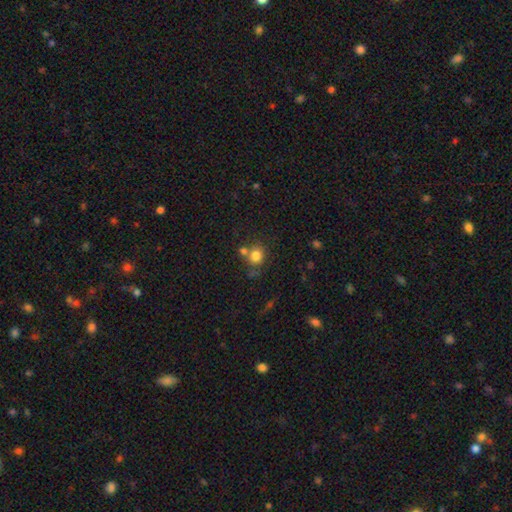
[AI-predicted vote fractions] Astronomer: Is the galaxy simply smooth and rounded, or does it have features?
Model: smooth — 80%.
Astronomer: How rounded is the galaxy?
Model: round — 83%.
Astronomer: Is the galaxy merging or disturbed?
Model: none — 58%.